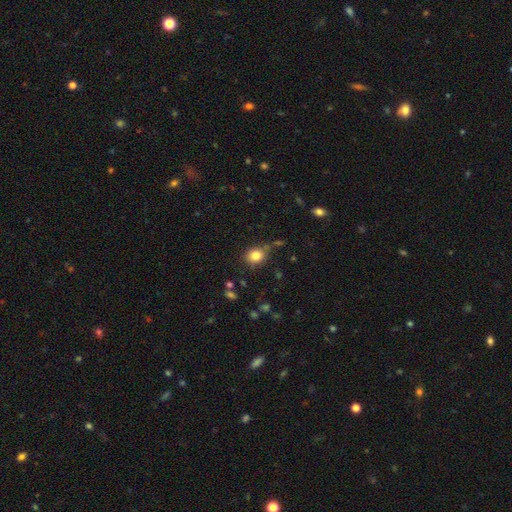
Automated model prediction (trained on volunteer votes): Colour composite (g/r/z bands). It shows a smooth galaxy with no disk features (82%) that is round (65%). Merging: none (75%).